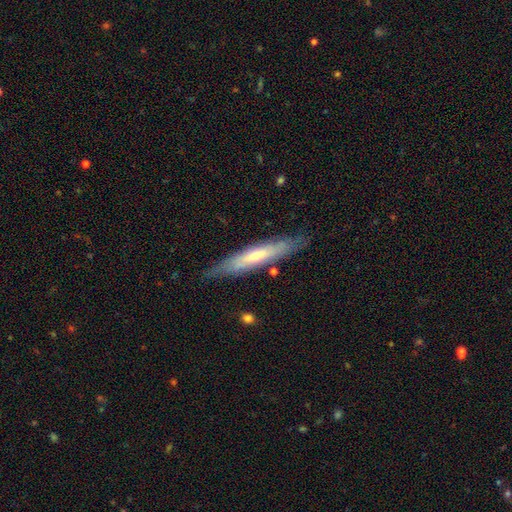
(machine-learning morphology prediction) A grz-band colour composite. It shows a featured or disk galaxy (51%) viewed edge-on (77%). Merging: none (81%).